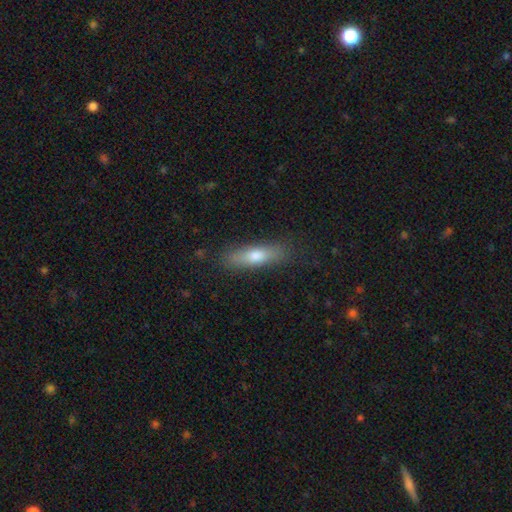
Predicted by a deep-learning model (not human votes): Smooth or featured?
  - smooth: 71% *
  - featured or disk: 23%
  - star or artifact: 6%
How rounded?
  - cigar-shaped: 62% *
  - in between: 36%
  - round: 2%
Merging?
  - none: 83% *
  - minor disturbance: 13%
  - major disturbance: 3%
  - merger: 1%